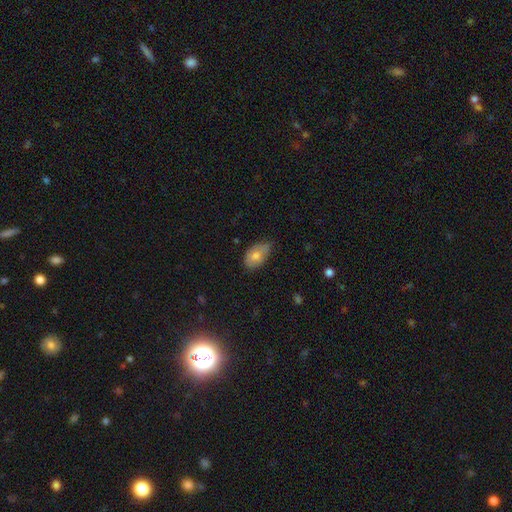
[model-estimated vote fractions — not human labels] The model was most divided on "merging": none: 51%, minor disturbance: 40%, major disturbance: 7%, merger: 2%. More confident: how rounded — in between (90%); smooth or featured — smooth (73%).